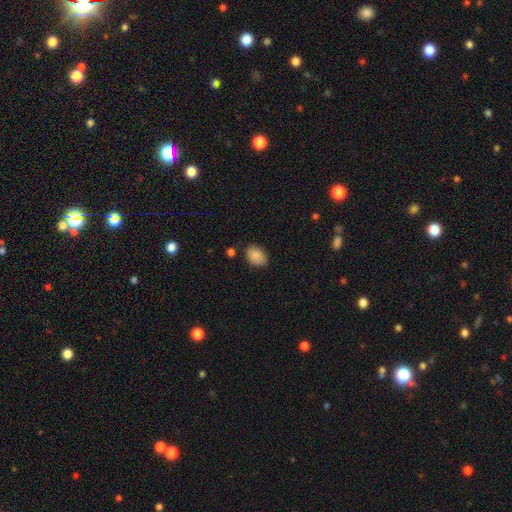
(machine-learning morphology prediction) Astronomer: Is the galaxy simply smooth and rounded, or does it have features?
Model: smooth — 87%.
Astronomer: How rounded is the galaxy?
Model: in between — 73%.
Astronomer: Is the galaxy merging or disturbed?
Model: none — 73%.